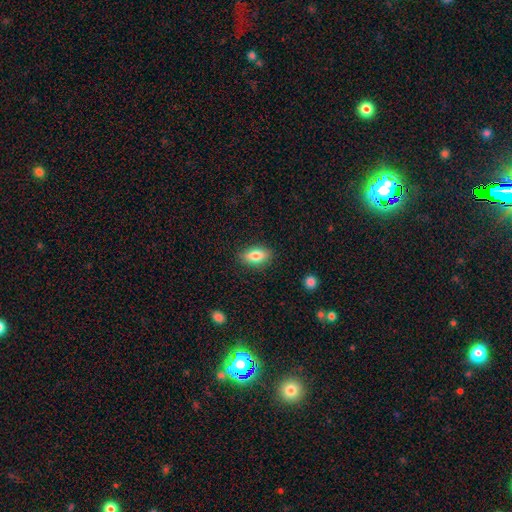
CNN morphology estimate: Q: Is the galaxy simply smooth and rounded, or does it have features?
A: smooth — 80%.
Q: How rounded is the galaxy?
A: in between — 85%.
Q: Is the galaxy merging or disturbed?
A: none — 85%.